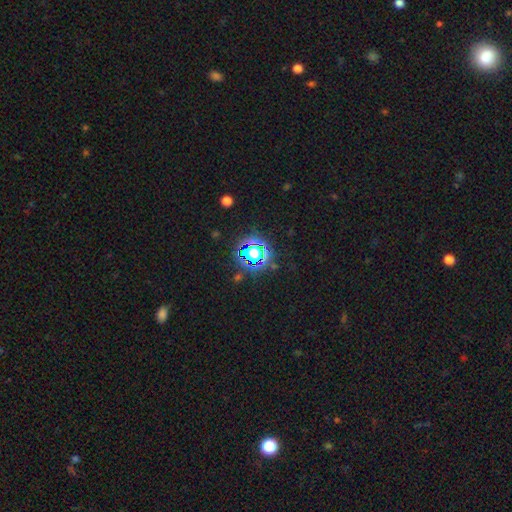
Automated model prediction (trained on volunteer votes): smooth-or-featured: star or artifact: 61% | smooth: 28% | featured or disk: 11%